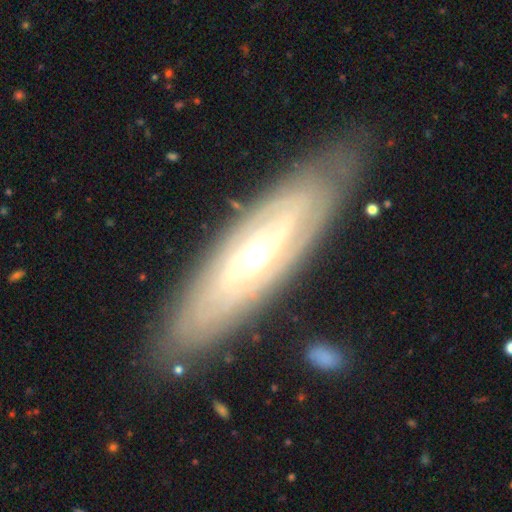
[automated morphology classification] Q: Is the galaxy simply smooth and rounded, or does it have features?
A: featured or disk — 79%.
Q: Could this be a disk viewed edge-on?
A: no — 75%.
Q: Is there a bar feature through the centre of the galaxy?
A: no — 60%.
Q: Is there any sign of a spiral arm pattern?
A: yes — 71%.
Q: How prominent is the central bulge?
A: moderate — 59%.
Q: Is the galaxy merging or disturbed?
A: none — 84%.